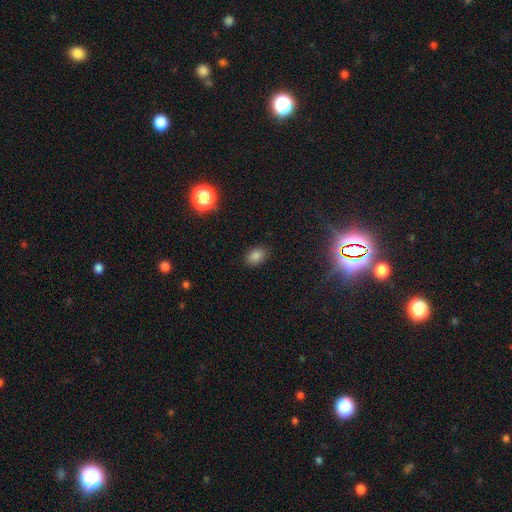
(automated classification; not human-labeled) Smooth or featured? smooth (82%)
How rounded? in between (82%)
Merging? none (87%)